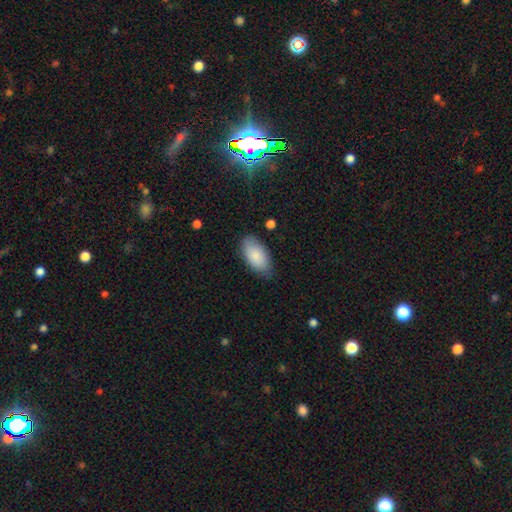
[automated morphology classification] The model was most divided on "merging": none: 77%, minor disturbance: 18%, major disturbance: 3%, merger: 2%. More confident: how rounded — in between (95%); smooth or featured — smooth (86%).